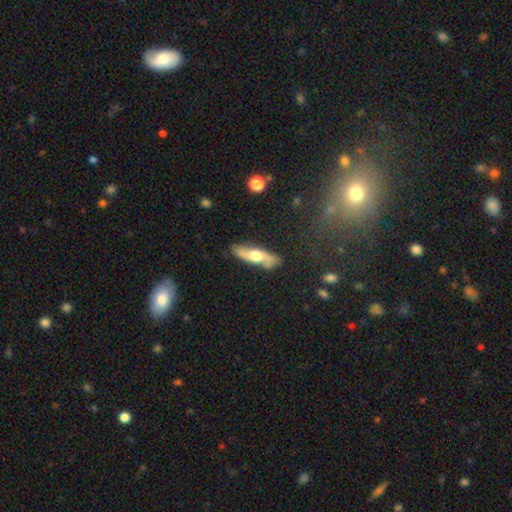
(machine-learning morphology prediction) This is possibly a featured or disk galaxy (51%). It is possibly viewed edge-on (54%). Merging: clearly none (81%).